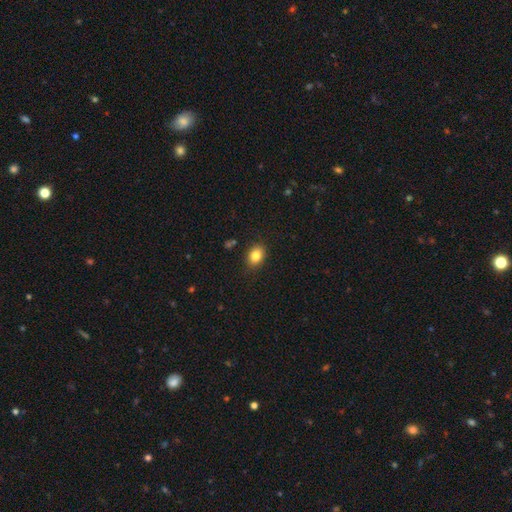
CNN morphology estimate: Q: Smooth or featured?
A: smooth (83%); runner-up: star or artifact (9%)
Q: How rounded?
A: in between (67%); runner-up: round (32%)
Q: Merging?
A: none (86%); runner-up: minor disturbance (10%)